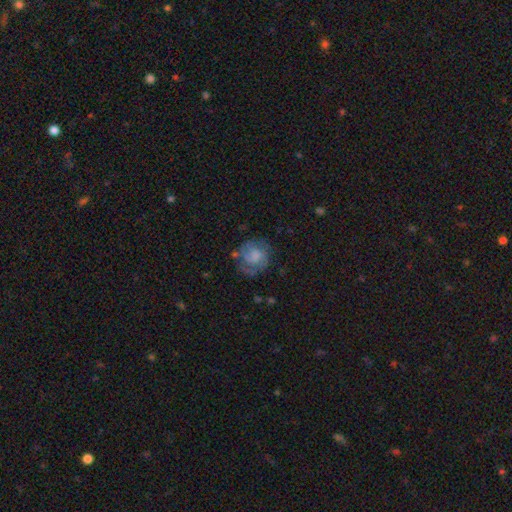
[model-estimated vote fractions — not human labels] A featured or disk galaxy (51%).

Vote fractions:
- Smooth or featured? featured or disk: 51% / smooth: 40% / star or artifact: 10%
- Edge-on disk? no: 97% / yes: 3%
- Merging? none: 65% / minor disturbance: 20% / major disturbance: 12% / merger: 2%